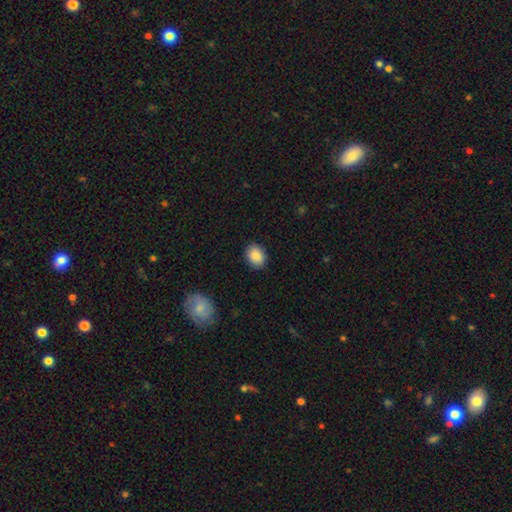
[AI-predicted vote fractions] A smooth galaxy with no disk features (88%) that is in between round and cigar-shaped (64%). Merging: none (88%).